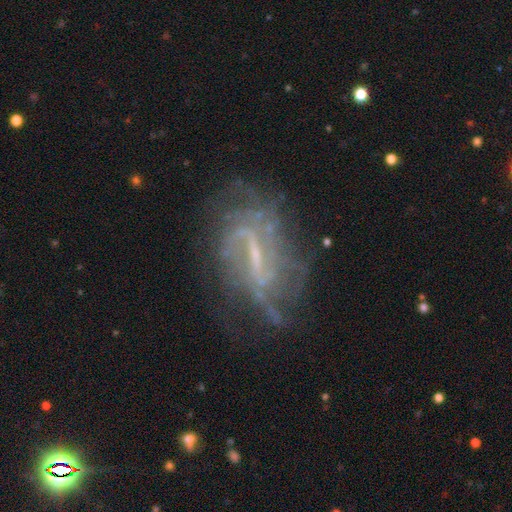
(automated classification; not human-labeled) Smooth or featured? Predicted: featured or disk (p=0.79). Edge-on disk? Predicted: no (p=0.92). Bar? Predicted: strong (p=0.44). Spiral arms? Predicted: yes (p=0.83). Spiral winding? Predicted: tight (p=0.40). Spiral arm count? Predicted: can't tell (p=0.48). Bulge size? Predicted: small (p=0.52). Merging? Predicted: none (p=0.62).